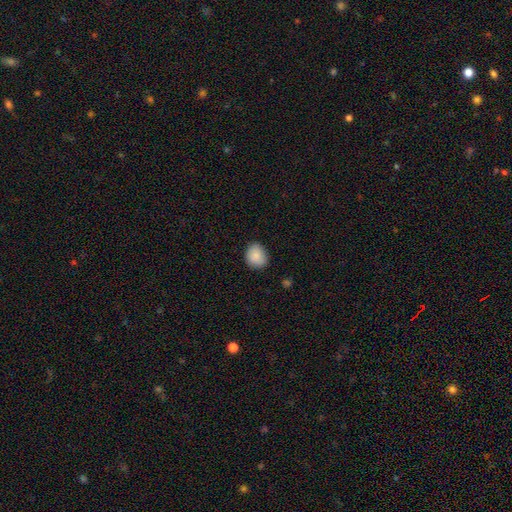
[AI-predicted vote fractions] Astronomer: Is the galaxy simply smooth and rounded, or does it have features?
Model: smooth — 88%.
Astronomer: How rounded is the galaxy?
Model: round — 64%.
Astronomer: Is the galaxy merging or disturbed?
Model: none — 82%.